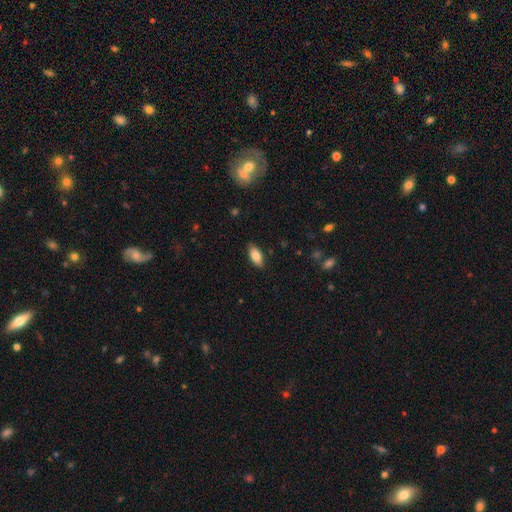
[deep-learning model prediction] Q: Smooth or featured?
A: smooth (83%); runner-up: featured or disk (11%)
Q: How rounded?
A: in between (89%); runner-up: cigar-shaped (9%)
Q: Merging?
A: none (86%); runner-up: minor disturbance (10%)